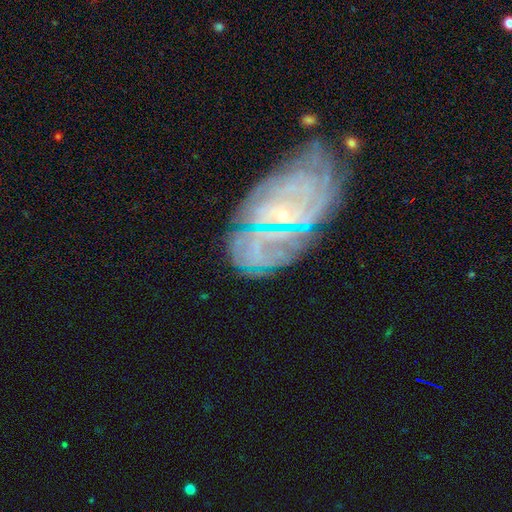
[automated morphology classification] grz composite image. It shows a featured or disk galaxy (65%) with no bar (56%), tight (68%) spiral arms (86%) and a small central bulge (65%). Merging: none (60%).